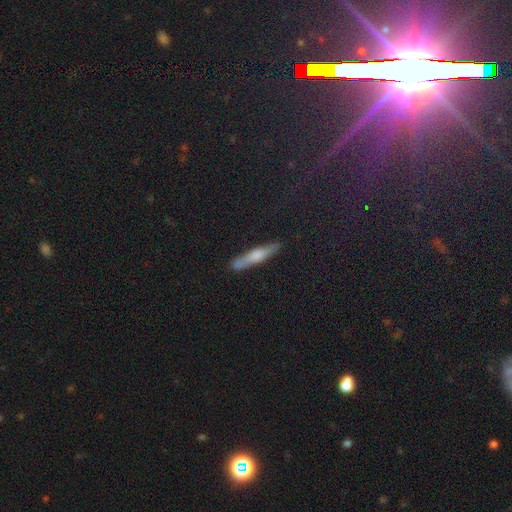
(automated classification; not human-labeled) Morphology: type=featured or disk (48%); merging=none (86%).